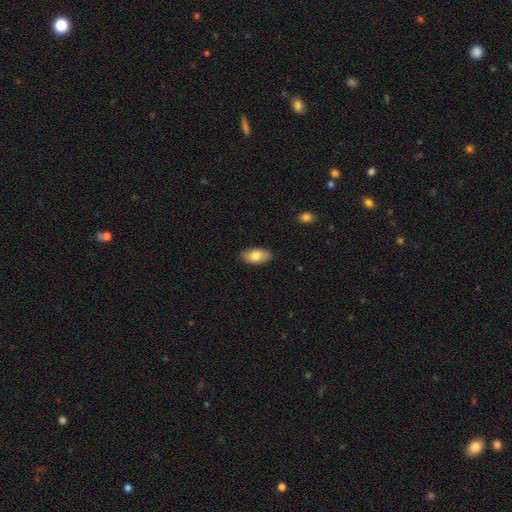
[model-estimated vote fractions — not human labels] A smooth galaxy with no disk features (79%) that is in between round and cigar-shaped (93%). Merging: none (89%).